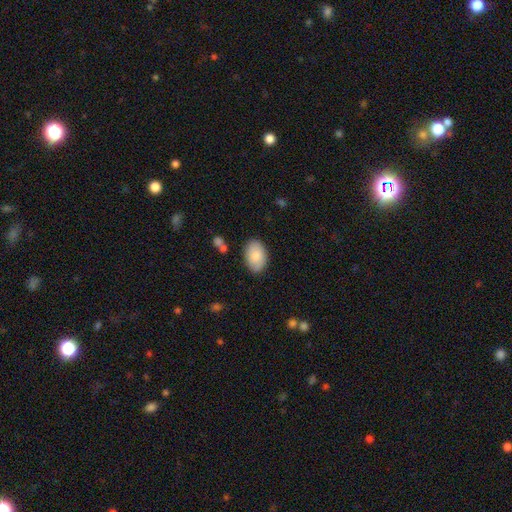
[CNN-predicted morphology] smooth 84%, featured or disk 10%, star or artifact 6%. Down the decision tree: how rounded — in between (92%); merging — none (85%).